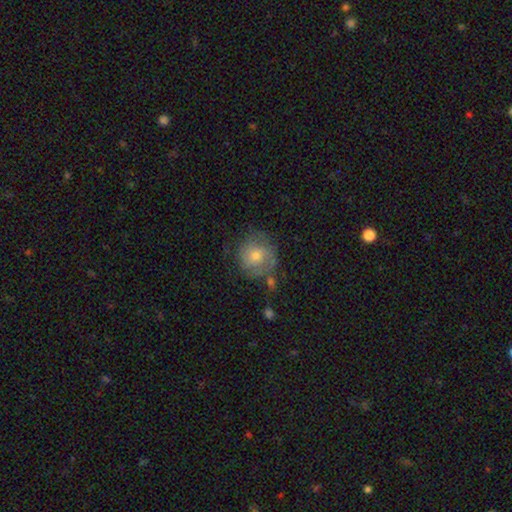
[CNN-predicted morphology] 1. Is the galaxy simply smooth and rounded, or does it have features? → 59% smooth, 33% featured or disk, 9% star or artifact.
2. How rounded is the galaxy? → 87% round, 12% in between, 1% cigar-shaped.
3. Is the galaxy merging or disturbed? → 62% none, 23% minor disturbance, 10% major disturbance, 6% merger.